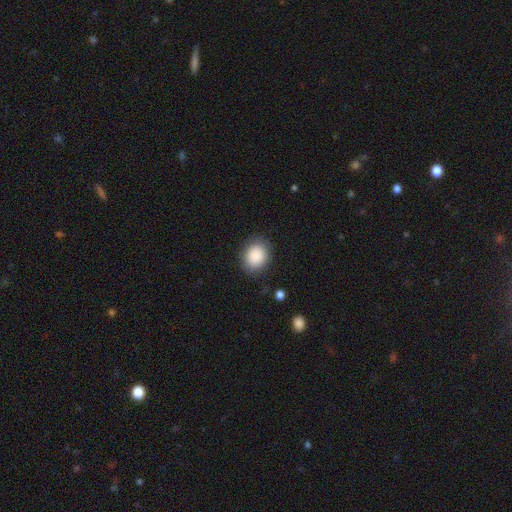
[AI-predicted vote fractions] Smooth or featured?
  - smooth: 88% *
  - star or artifact: 8%
  - featured or disk: 4%
How rounded?
  - round: 60% *
  - in between: 39%
  - cigar-shaped: 1%
Merging?
  - none: 85% *
  - minor disturbance: 10%
  - major disturbance: 3%
  - merger: 1%